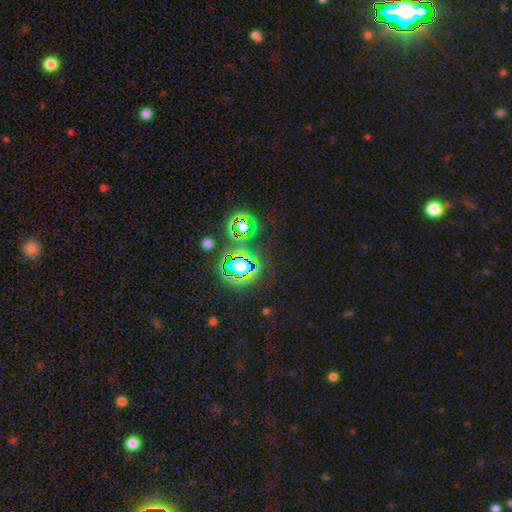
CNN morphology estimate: A star or artifact, not a galaxy (78%).